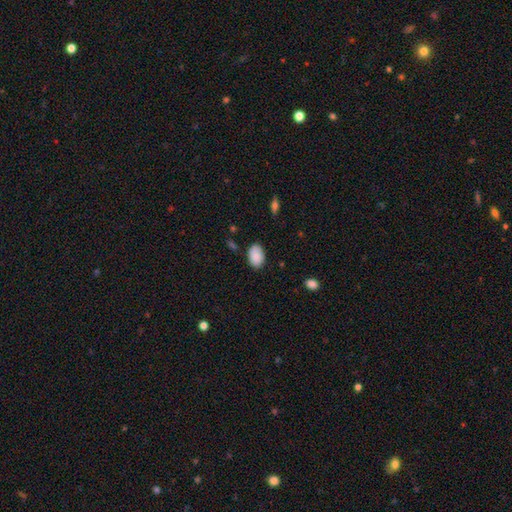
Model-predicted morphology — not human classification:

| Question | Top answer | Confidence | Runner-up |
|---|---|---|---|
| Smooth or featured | smooth | 89% | star or artifact (7%) |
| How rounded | in between | 90% | round (9%) |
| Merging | none | 83% | minor disturbance (13%) |